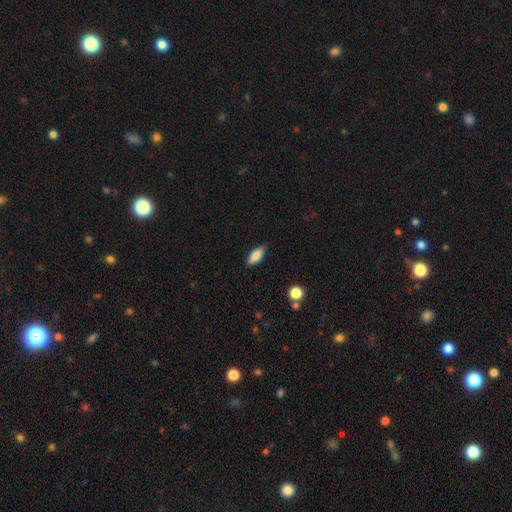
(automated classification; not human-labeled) The model was most divided on "how rounded": in between: 75%, cigar-shaped: 23%, round: 2%. More confident: merging — none (87%); smooth or featured — smooth (84%).